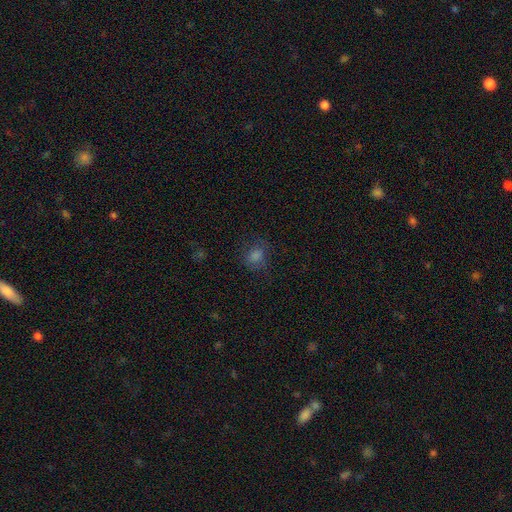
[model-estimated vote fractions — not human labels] Smooth or featured: smooth — 66% (star or artifact — 22%)
How rounded: round — 55% (in between — 43%)
Merging: none — 70% (minor disturbance — 18%)